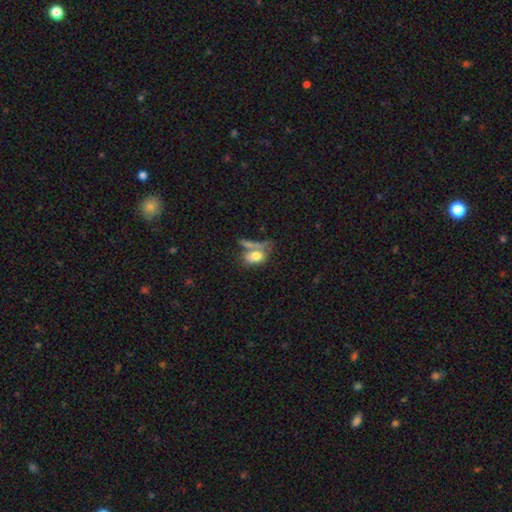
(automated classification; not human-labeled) A smooth galaxy with no disk features (70%) that is in between round and cigar-shaped (82%). Merging: merger (41%).